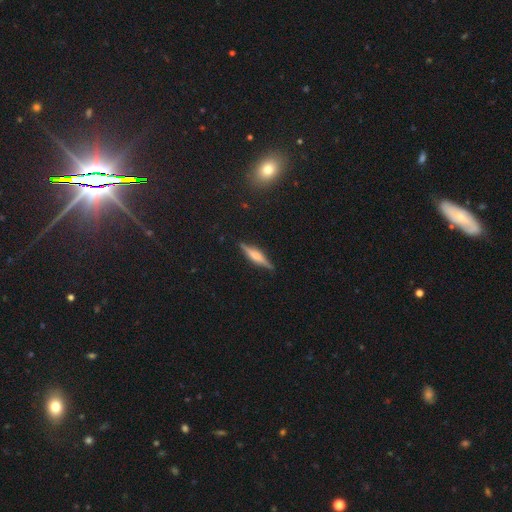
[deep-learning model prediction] Smooth or featured? featured or disk (68%)
Edge-on disk? yes (97%)
Edge-on bulge? rounded (61%)
Merging? none (88%)